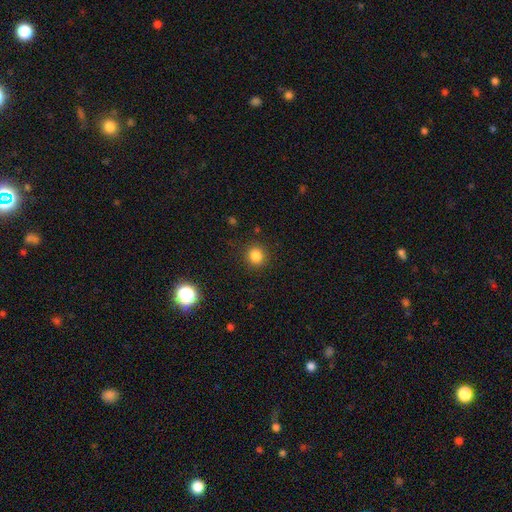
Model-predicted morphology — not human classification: smooth_or_featured: smooth (p=0.83) [alt: star or artifact p=0.12]
how_rounded: round (p=0.87) [alt: in between p=0.12]
merging: none (p=0.90) [alt: minor disturbance p=0.07]